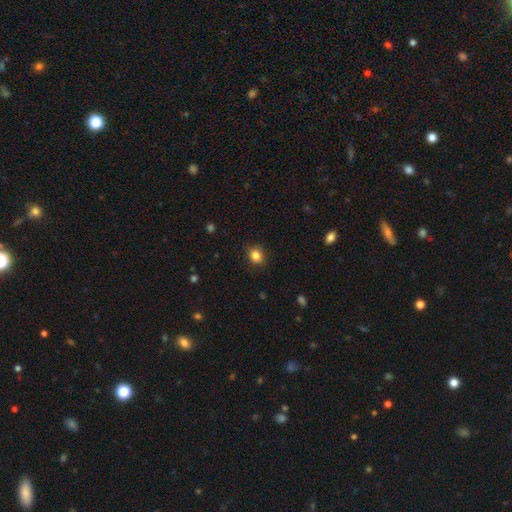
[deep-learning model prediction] Morphology: type=smooth (85%); roundness=round (77%); merging=none (89%).